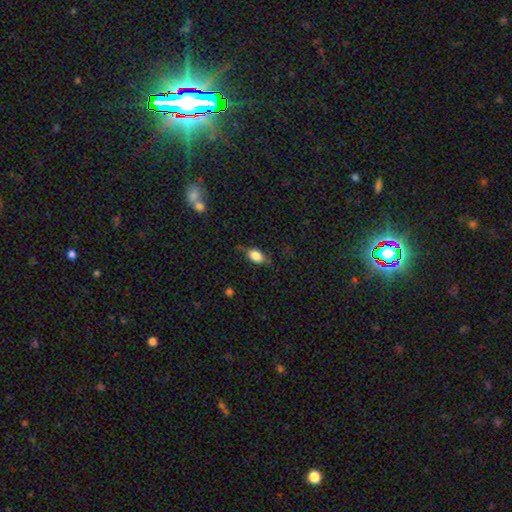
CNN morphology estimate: The model was most divided on "merging": none: 64%, minor disturbance: 25%, major disturbance: 9%, merger: 2%. More confident: how rounded — in between (81%); smooth or featured — smooth (70%).